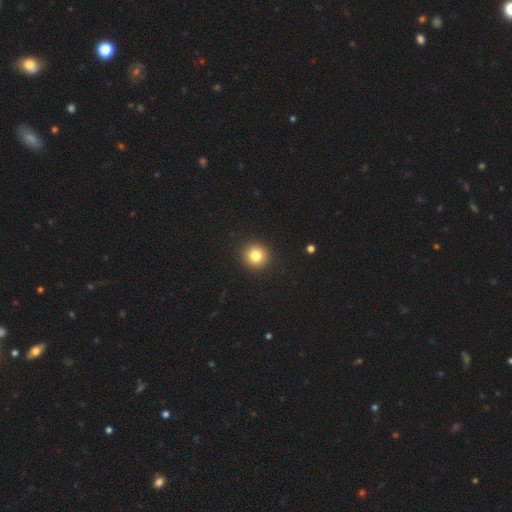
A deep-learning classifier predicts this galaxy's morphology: smooth_or_featured: smooth (p=0.82) [alt: star or artifact p=0.11]
how_rounded: round (p=0.94) [alt: in between p=0.05]
merging: none (p=0.93) [alt: minor disturbance p=0.04]